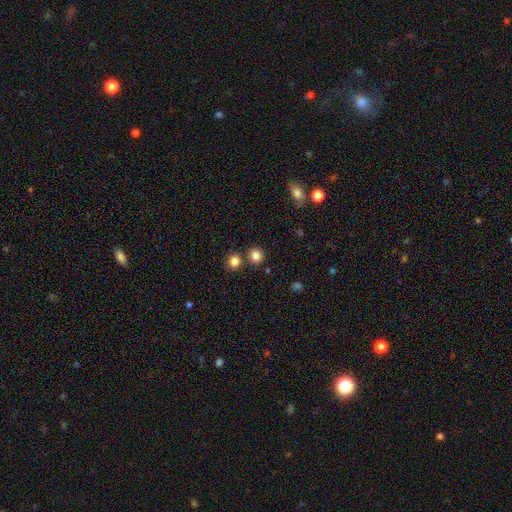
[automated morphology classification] smooth_or_featured: smooth (p=0.83) [alt: star or artifact p=0.13]
how_rounded: round (p=0.89) [alt: in between p=0.10]
merging: none (p=0.78) [alt: merger p=0.13]